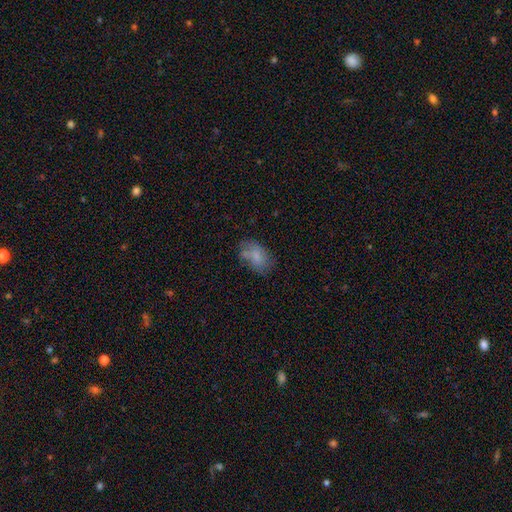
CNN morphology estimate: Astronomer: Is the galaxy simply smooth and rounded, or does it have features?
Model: smooth — 73%.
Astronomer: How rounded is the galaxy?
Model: in between — 88%.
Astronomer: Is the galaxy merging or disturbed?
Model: none — 56%.